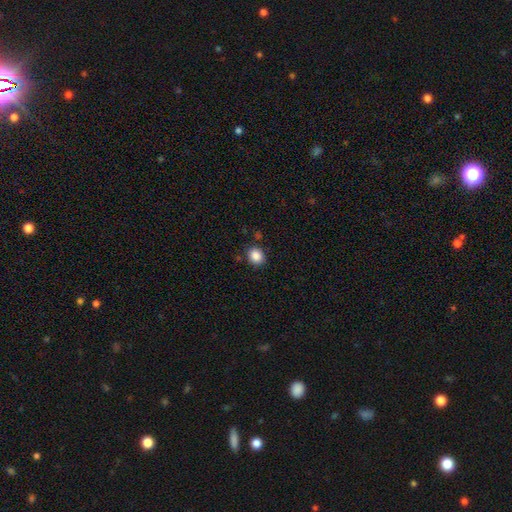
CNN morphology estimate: Overall: smooth (87%). How rounded: round (74%). Merging: none (86%).